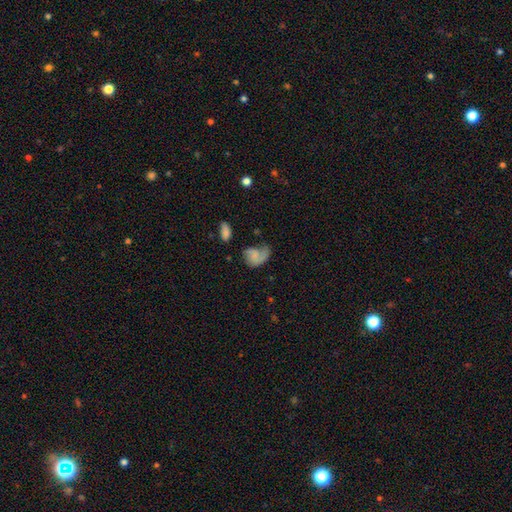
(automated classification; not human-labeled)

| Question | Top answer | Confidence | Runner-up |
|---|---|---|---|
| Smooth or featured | featured or disk | 49% | smooth (42%) |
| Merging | major disturbance | 35% | none (33%) |